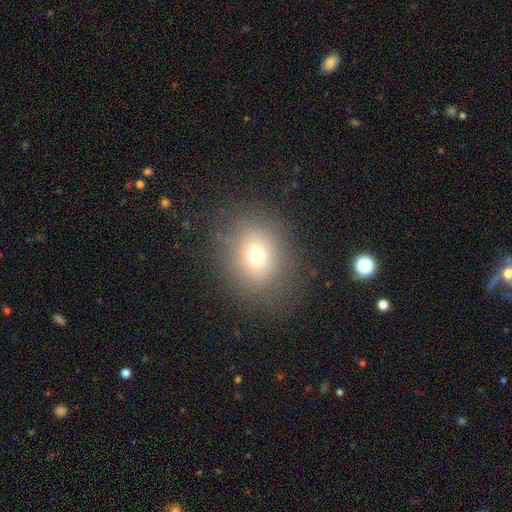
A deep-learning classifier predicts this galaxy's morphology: A smooth galaxy with no disk features (70%) that is round (58%). Merging: none (80%).